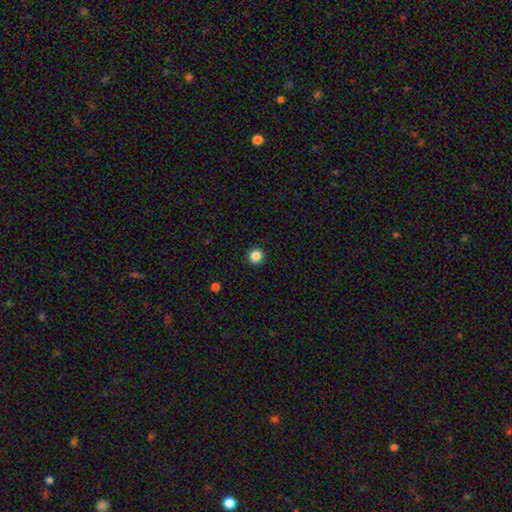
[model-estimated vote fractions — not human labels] Smooth or featured: smooth — 86% (star or artifact — 11%)
How rounded: round — 96% (in between — 3%)
Merging: none — 93% (minor disturbance — 4%)